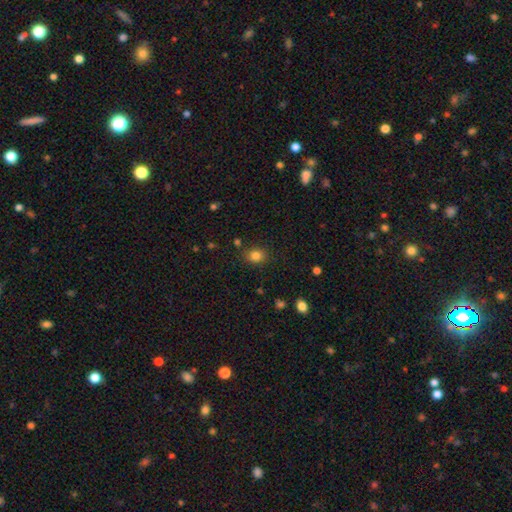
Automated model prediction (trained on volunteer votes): This appears to be a smooth galaxy with no disk features (83%) that is round (61%). Merging: none (84%).